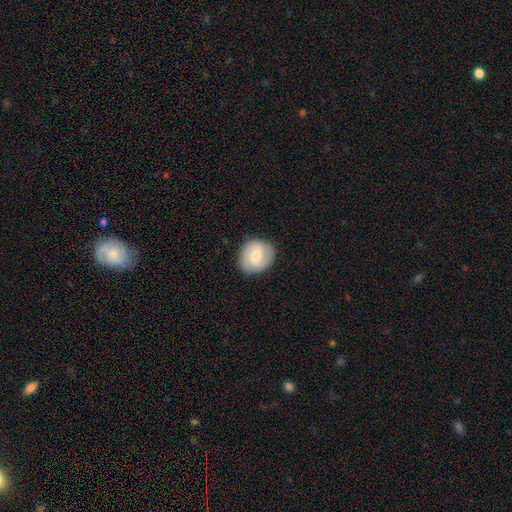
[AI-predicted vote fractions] Overall: smooth (50%; featured or disk 44%). Merging: none (82%).